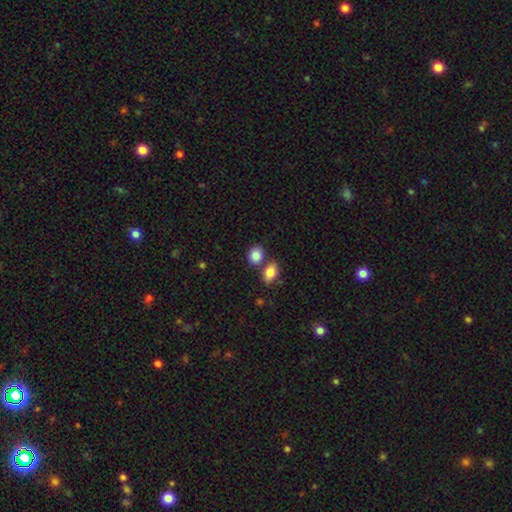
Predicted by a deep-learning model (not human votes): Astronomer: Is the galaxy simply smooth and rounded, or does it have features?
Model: smooth — 86%.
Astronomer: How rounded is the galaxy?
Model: round — 52% (runner-up: in between, 46%).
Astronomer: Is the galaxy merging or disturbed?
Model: none — 62%.